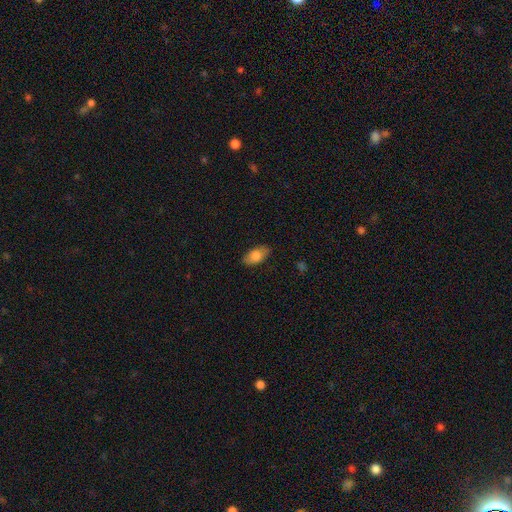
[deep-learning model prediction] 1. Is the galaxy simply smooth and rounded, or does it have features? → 78% smooth, 16% featured or disk, 7% star or artifact.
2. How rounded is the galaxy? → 91% in between, 5% cigar-shaped, 4% round.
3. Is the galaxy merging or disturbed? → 84% none, 12% minor disturbance, 3% major disturbance, 1% merger.